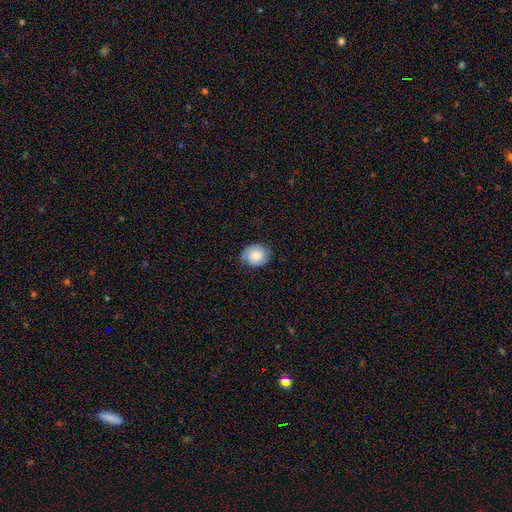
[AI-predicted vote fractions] smooth 61%, featured or disk 30%, star or artifact 8%. Down the decision tree: how rounded — round (68%); merging — none (73%).